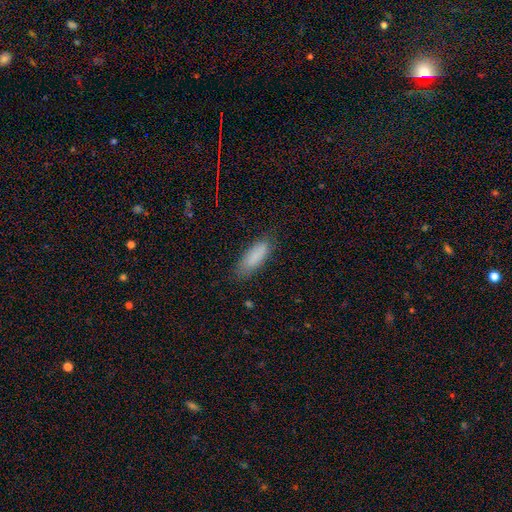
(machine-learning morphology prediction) Smooth or featured? smooth (86%)
How rounded? in between (62%)
Merging? none (79%)